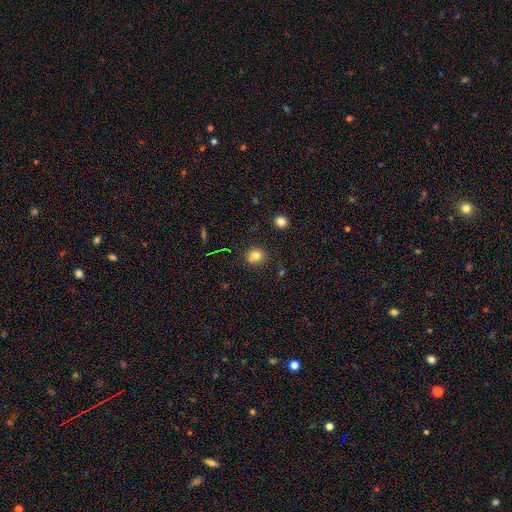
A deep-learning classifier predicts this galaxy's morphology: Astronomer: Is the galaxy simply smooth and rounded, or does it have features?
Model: smooth — 79%.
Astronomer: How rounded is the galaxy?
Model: round — 82%.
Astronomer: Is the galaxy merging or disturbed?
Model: none — 82%.